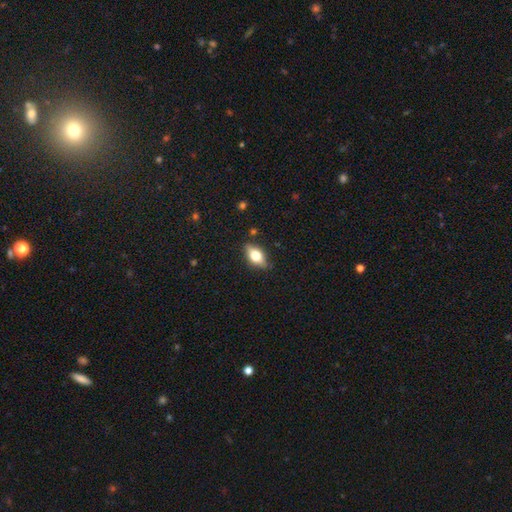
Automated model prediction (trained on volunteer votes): Morphology: type=smooth (61%); roundness=in between (83%); merging=none (83%).